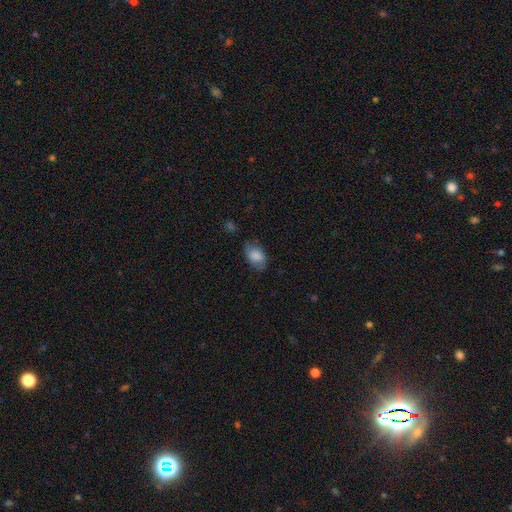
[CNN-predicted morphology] smooth-or-featured: smooth: 79% | featured or disk: 13% | star or artifact: 7%
  how-rounded: in between: 86% | round: 13% | cigar-shaped: 1%
  merging: none: 69% | minor disturbance: 23% | major disturbance: 7% | merger: 2%